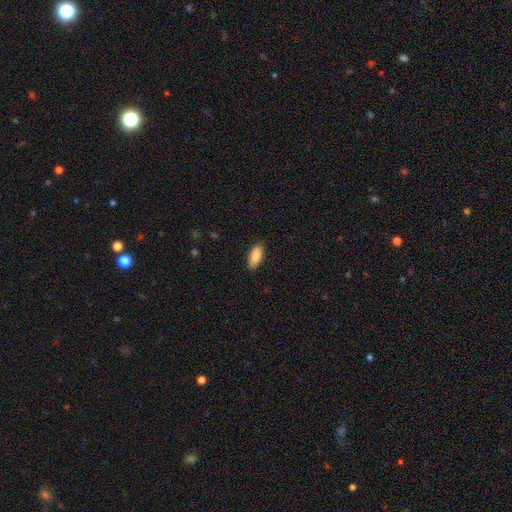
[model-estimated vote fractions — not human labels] Smooth or featured: smooth — 88% (star or artifact — 6%)
How rounded: in between — 84% (cigar-shaped — 15%)
Merging: none — 88% (minor disturbance — 9%)